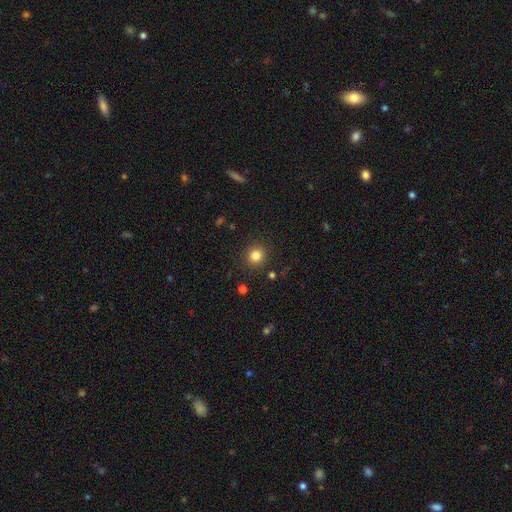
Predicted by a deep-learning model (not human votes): Overall: smooth (82%). How rounded: round (90%). Merging: none (90%).